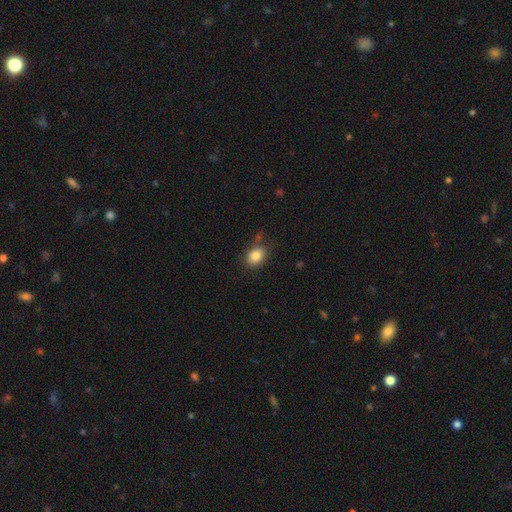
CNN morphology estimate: Q: Smooth or featured?
A: smooth (84%); runner-up: star or artifact (9%)
Q: How rounded?
A: in between (69%); runner-up: round (30%)
Q: Merging?
A: none (75%); runner-up: minor disturbance (17%)